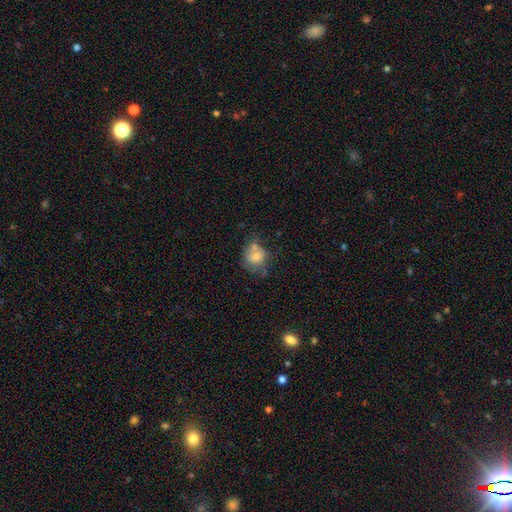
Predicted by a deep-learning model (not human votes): Smooth or featured? Predicted: smooth (p=0.69). How rounded? Predicted: round (p=0.69). Merging? Predicted: none (p=0.43).